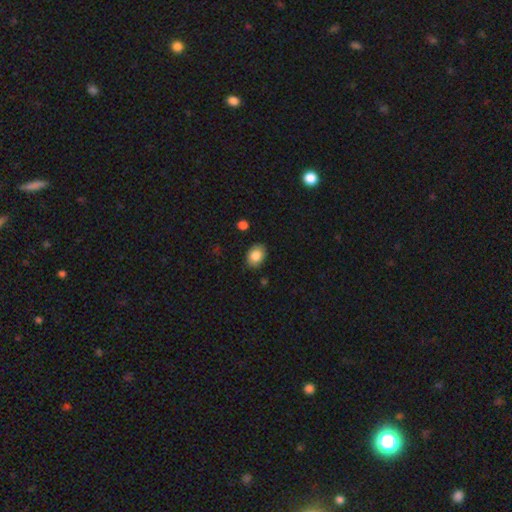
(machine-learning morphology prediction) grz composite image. It shows a smooth galaxy with no disk features (84%) that is in between round and cigar-shaped (71%). Merging: none (87%).